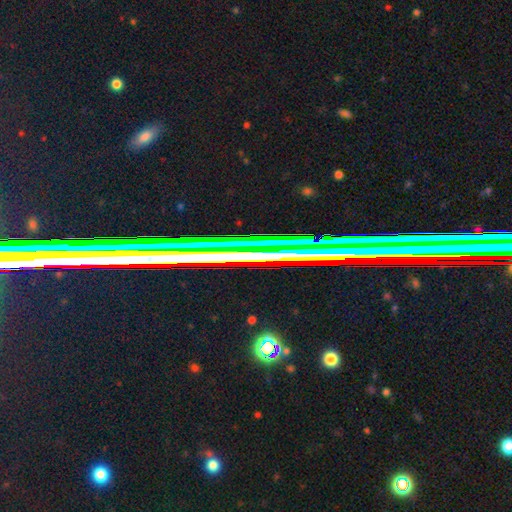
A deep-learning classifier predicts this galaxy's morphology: Smooth or featured? Predicted: star or artifact (p=0.69).